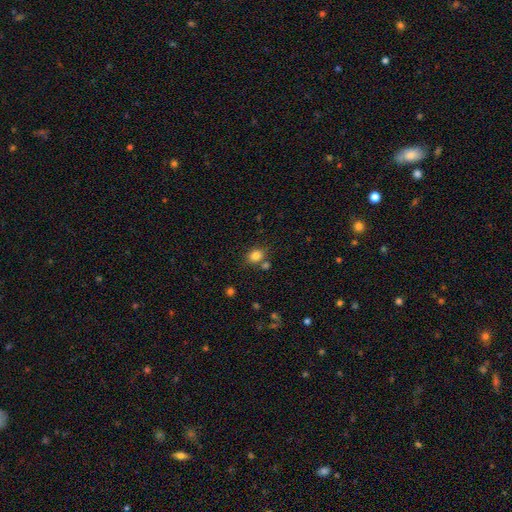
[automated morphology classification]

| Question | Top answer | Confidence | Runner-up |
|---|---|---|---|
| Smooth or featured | smooth | 82% | star or artifact (12%) |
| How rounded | round | 61% | in between (38%) |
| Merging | none | 70% | merger (14%) |